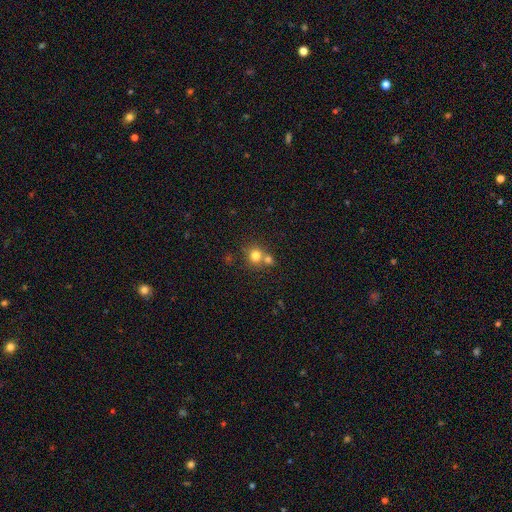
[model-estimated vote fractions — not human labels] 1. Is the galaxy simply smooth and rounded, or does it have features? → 78% smooth, 13% star or artifact, 10% featured or disk.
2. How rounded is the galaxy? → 84% round, 15% in between, 1% cigar-shaped.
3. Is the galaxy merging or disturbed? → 48% none, 41% merger, 7% minor disturbance, 3% major disturbance.